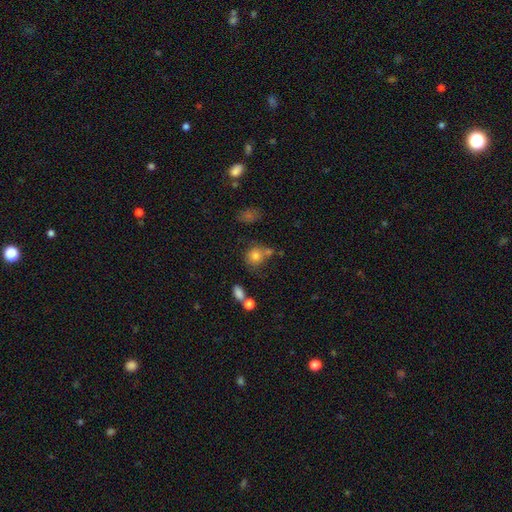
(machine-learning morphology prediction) This is likely a smooth galaxy (77%). How rounded: likely round (78%). Merging: possibly none (53%).